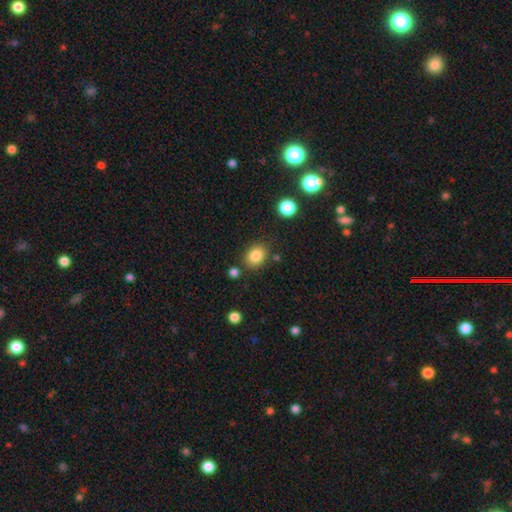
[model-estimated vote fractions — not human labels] Q: Smooth or featured?
A: smooth (84%); runner-up: star or artifact (10%)
Q: How rounded?
A: in between (52%); runner-up: round (47%)
Q: Merging?
A: none (79%); runner-up: minor disturbance (12%)